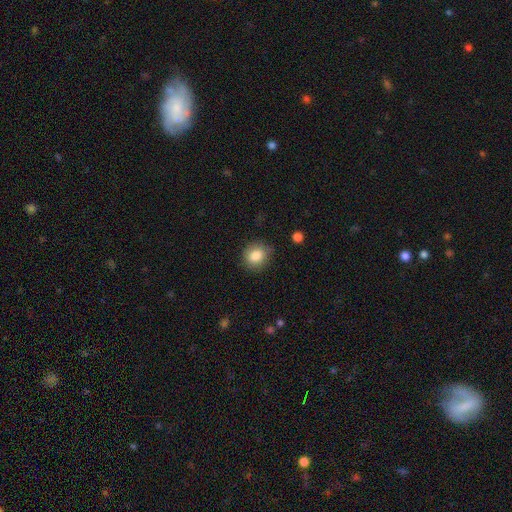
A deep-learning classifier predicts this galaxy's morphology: Smooth or featured?
  - smooth: 85% *
  - star or artifact: 9%
  - featured or disk: 6%
How rounded?
  - round: 71% *
  - in between: 28%
  - cigar-shaped: 1%
Merging?
  - none: 80% *
  - minor disturbance: 15%
  - major disturbance: 4%
  - merger: 2%